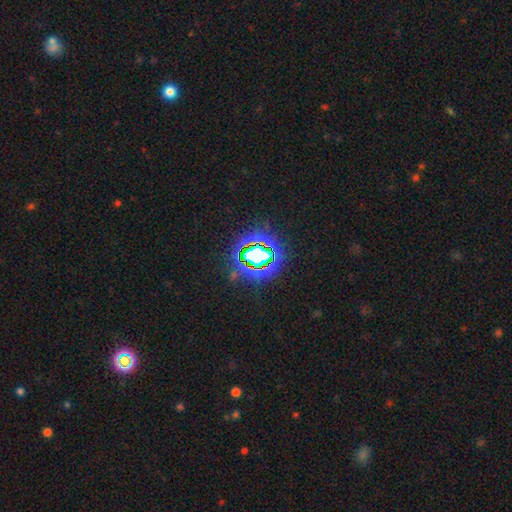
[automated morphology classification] Smooth or featured?
  - star or artifact: 71% *
  - smooth: 17%
  - featured or disk: 12%